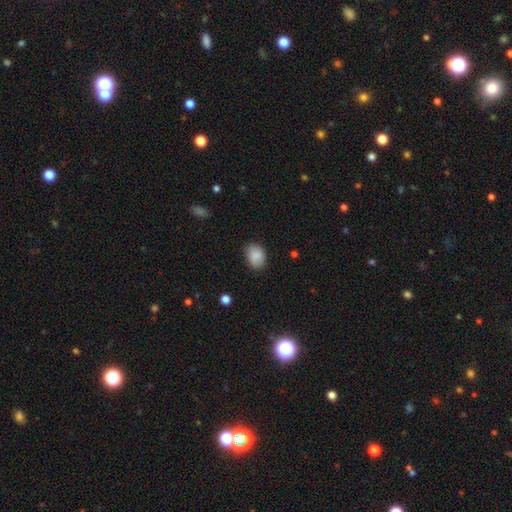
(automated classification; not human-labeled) This is clearly a smooth galaxy (88%). How rounded: likely in between (71%). Merging: likely none (79%).